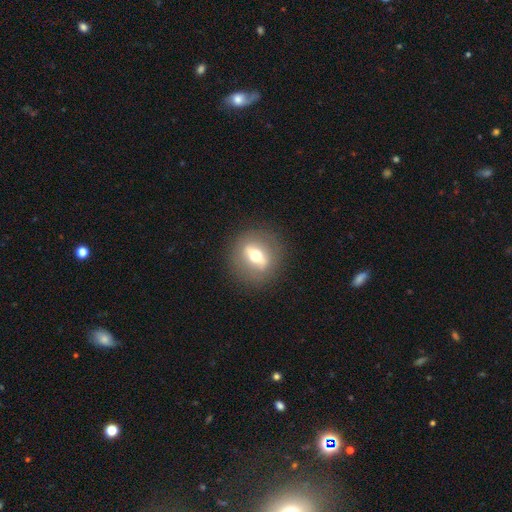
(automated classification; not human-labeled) A featured or disk galaxy (56%).

Vote fractions:
- Smooth or featured? featured or disk: 56% / smooth: 35% / star or artifact: 9%
- Edge-on disk? no: 64% / yes: 36%
- Merging? none: 86% / minor disturbance: 9% / major disturbance: 4% / merger: 1%